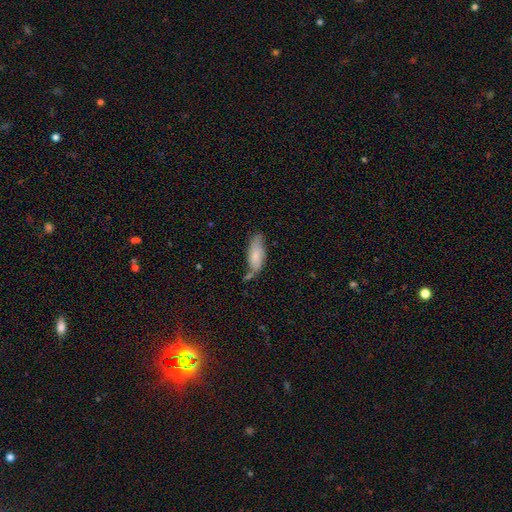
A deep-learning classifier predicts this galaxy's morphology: The model was most divided on "merging": none: 46%, minor disturbance: 32%, merger: 12%, major disturbance: 10%. More confident: how rounded — in between (76%); smooth or featured — smooth (71%).